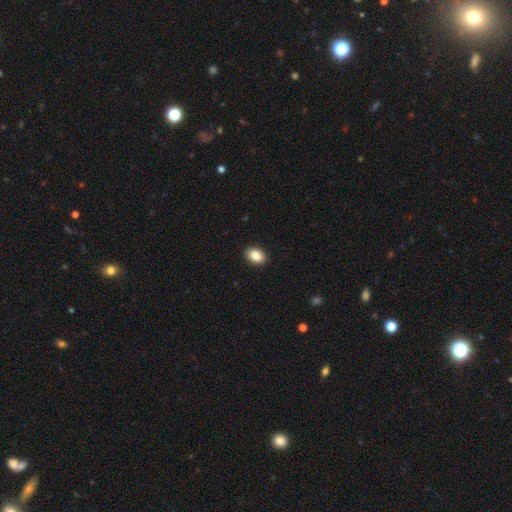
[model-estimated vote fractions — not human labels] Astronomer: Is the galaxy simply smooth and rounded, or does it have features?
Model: smooth — 87%.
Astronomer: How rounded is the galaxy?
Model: in between — 80%.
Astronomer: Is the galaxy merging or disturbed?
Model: none — 91%.